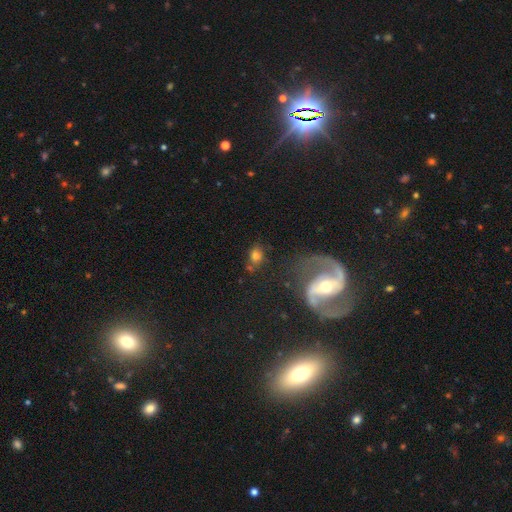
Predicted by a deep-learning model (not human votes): Overall: smooth (65%). How rounded: in between (53%; round 44%). Merging: none (58%).